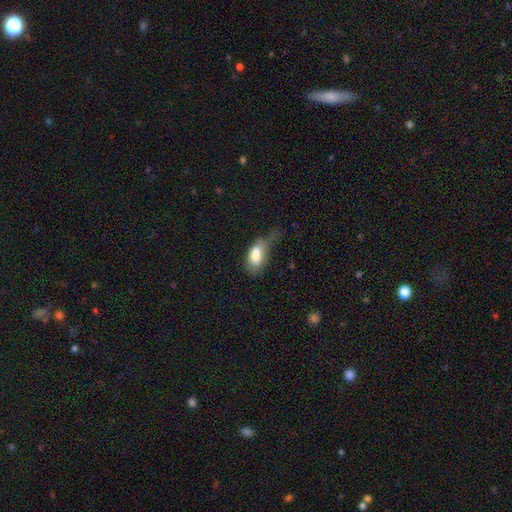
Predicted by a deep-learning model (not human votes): Smooth or featured? Predicted: smooth (p=0.75). How rounded? Predicted: in between (p=0.90). Merging? Predicted: major disturbance (p=0.40).